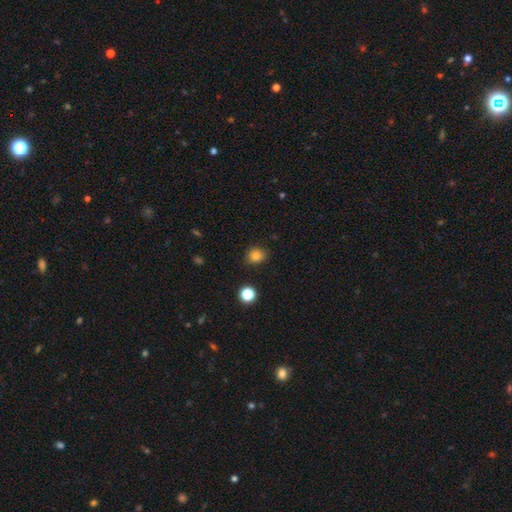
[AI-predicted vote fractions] A smooth galaxy with no disk features (82%) that is round (72%). Merging: none (85%).